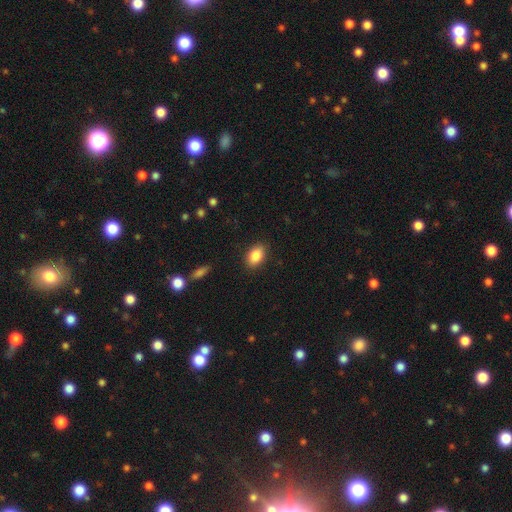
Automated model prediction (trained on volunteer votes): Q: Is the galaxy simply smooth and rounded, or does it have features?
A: smooth — 87%.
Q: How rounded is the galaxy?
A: in between — 88%.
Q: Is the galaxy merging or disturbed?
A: none — 88%.